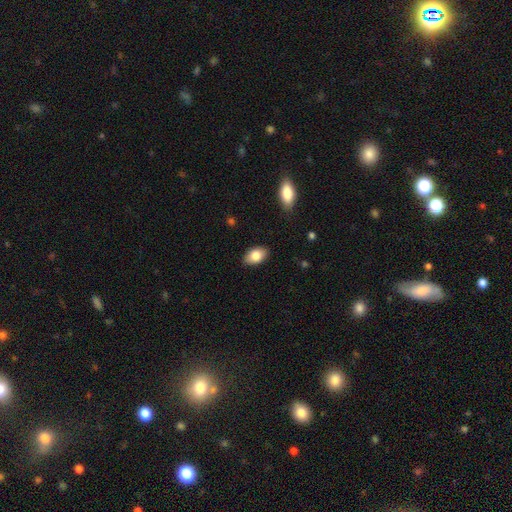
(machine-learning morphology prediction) type=smooth (83%); roundness=in between (90%); merging=none (86%).